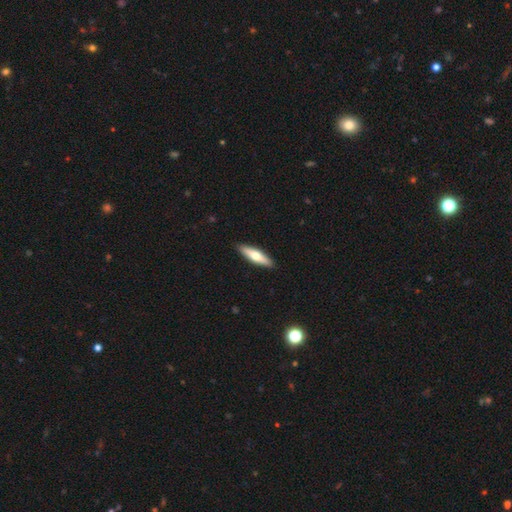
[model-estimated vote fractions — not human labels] Smooth or featured? smooth (56%)
How rounded? cigar-shaped (68%)
Merging? none (91%)